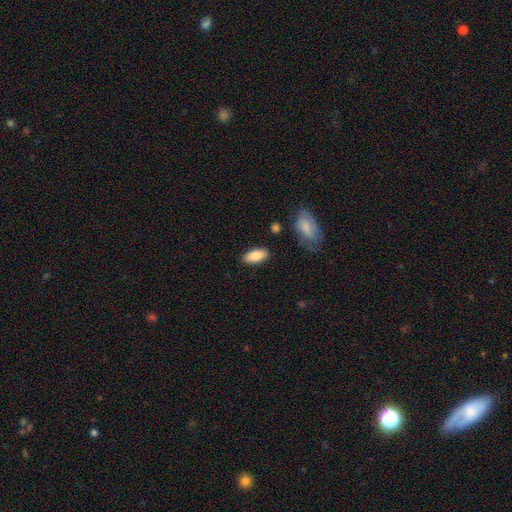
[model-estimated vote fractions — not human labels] This is clearly a smooth galaxy (83%). How rounded: clearly in between (87%). Merging: clearly none (85%).